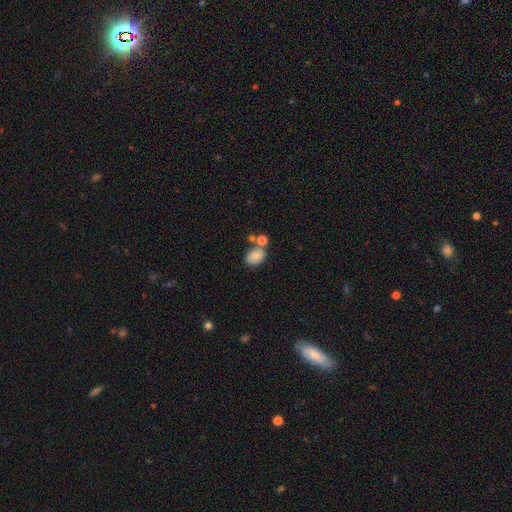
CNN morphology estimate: Smooth or featured?
  - smooth: 81% *
  - star or artifact: 9%
  - featured or disk: 9%
How rounded?
  - in between: 77% *
  - round: 22%
  - cigar-shaped: 1%
Merging?
  - none: 54% *
  - merger: 25%
  - minor disturbance: 15%
  - major disturbance: 5%